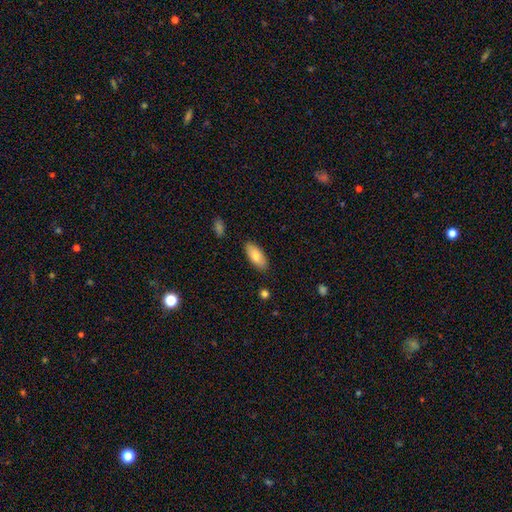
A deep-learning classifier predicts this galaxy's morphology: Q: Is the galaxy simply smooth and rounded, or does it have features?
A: smooth — 82%.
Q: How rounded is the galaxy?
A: in between — 87%.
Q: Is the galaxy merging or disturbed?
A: none — 87%.